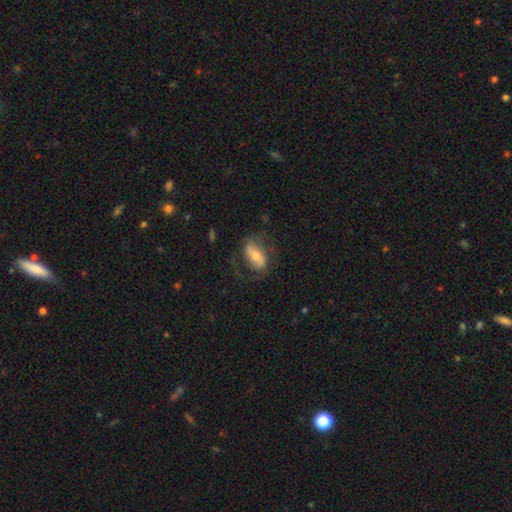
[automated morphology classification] Smooth or featured? featured or disk (49%)
Merging? none (63%)